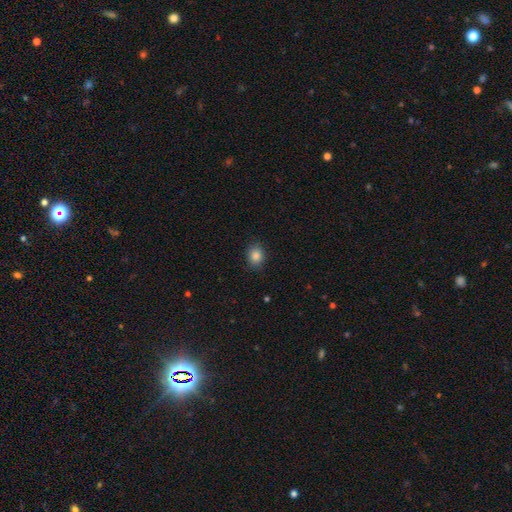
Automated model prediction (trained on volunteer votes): Smooth or featured: smooth — 85% (star or artifact — 10%)
How rounded: round — 57% (in between — 42%)
Merging: none — 87% (minor disturbance — 9%)